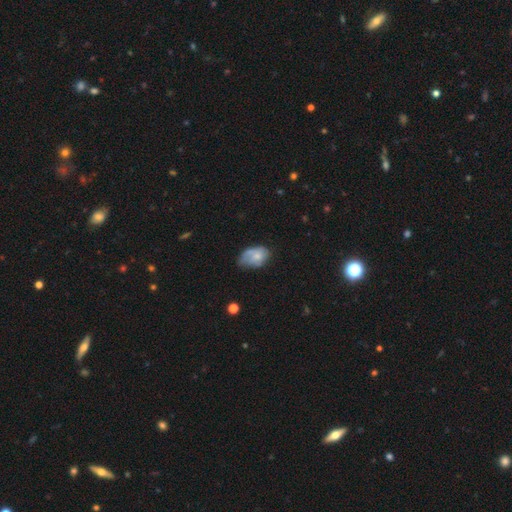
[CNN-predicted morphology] A smooth galaxy with no disk features (60%) that is in between round and cigar-shaped (85%).

Vote fractions:
- Smooth or featured? smooth: 60% / featured or disk: 32% / star or artifact: 8%
- How rounded? in between: 85% / round: 14% / cigar-shaped: 1%
- Merging? minor disturbance: 37% / none: 34% / major disturbance: 21% / merger: 7%